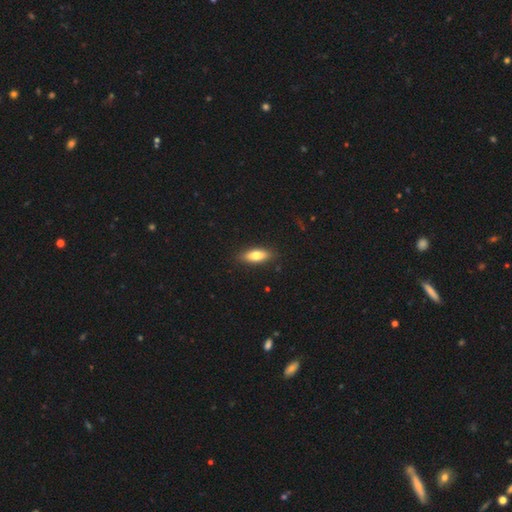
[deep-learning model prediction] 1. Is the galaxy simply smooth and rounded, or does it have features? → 74% smooth, 19% featured or disk, 6% star or artifact.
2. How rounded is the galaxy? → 71% in between, 27% cigar-shaped, 3% round.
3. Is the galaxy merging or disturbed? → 87% none, 10% minor disturbance, 2% major disturbance, 1% merger.